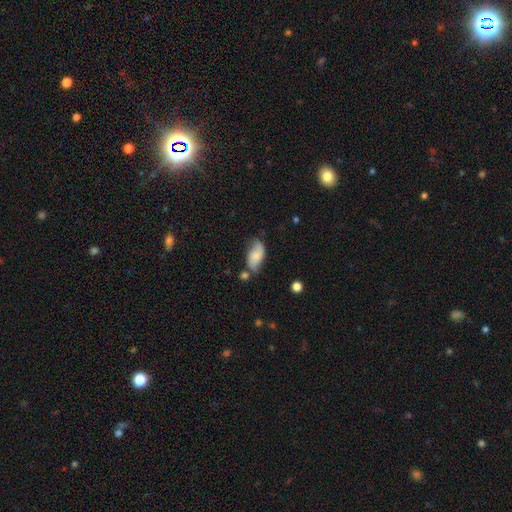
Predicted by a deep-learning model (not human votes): smooth-or-featured: smooth: 65% | featured or disk: 27% | star or artifact: 8%
  how-rounded: in between: 92% | cigar-shaped: 5% | round: 4%
  merging: none: 54% | minor disturbance: 28% | merger: 10% | major disturbance: 8%